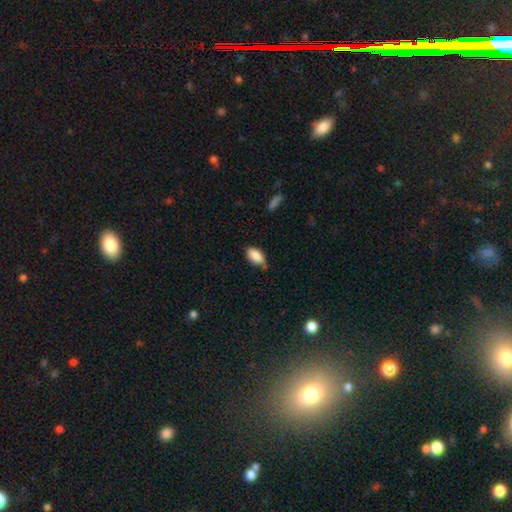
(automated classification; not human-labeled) smooth 87%, star or artifact 7%, featured or disk 6%. Down the decision tree: how rounded — in between (93%); merging — none (61%).